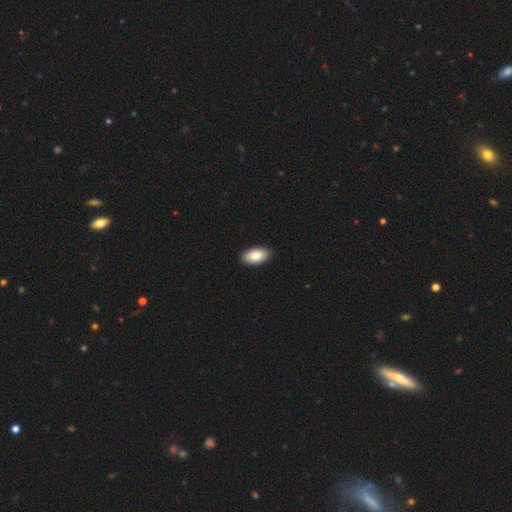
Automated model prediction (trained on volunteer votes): A smooth galaxy with no disk features (87%) that is in between round and cigar-shaped (95%).

Vote fractions:
- Smooth or featured? smooth: 87% / featured or disk: 7% / star or artifact: 6%
- How rounded? in between: 95% / cigar-shaped: 3% / round: 3%
- Merging? none: 90% / minor disturbance: 7% / major disturbance: 2% / merger: 1%